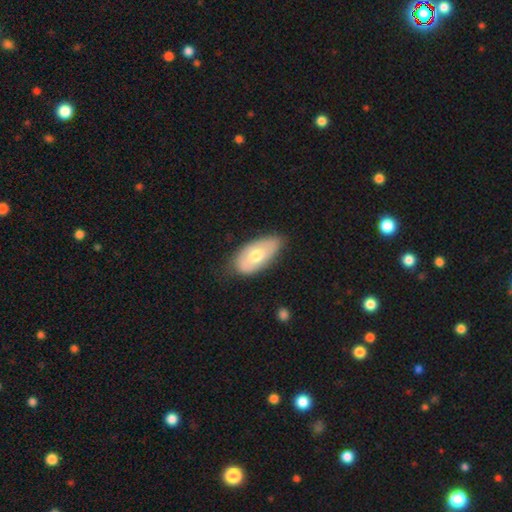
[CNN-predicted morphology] smooth_or_featured: smooth (p=0.58) [alt: featured or disk p=0.36]
how_rounded: in between (p=0.93) [alt: cigar-shaped p=0.04]
merging: none (p=0.67) [alt: minor disturbance p=0.26]